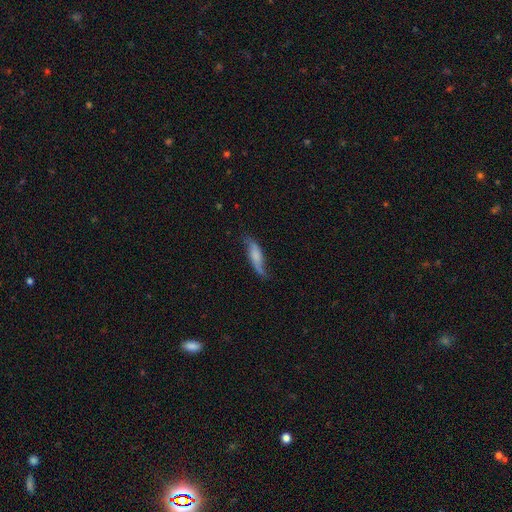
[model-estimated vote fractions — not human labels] This appears to be a featured or disk galaxy (48%). Merging: none (62%).